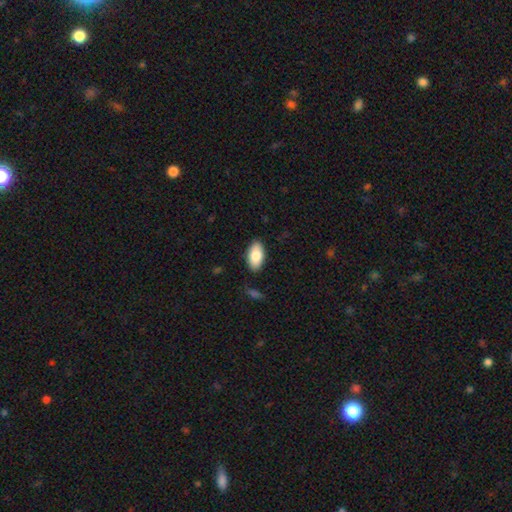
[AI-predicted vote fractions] Overall: smooth (84%). How rounded: in between (95%). Merging: none (87%).